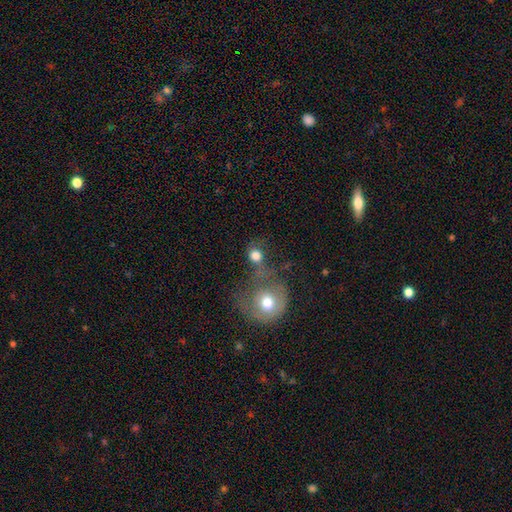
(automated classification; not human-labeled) smooth 76%, featured or disk 14%, star or artifact 10%. Down the decision tree: how rounded — round (78%); merging — merger (42%).